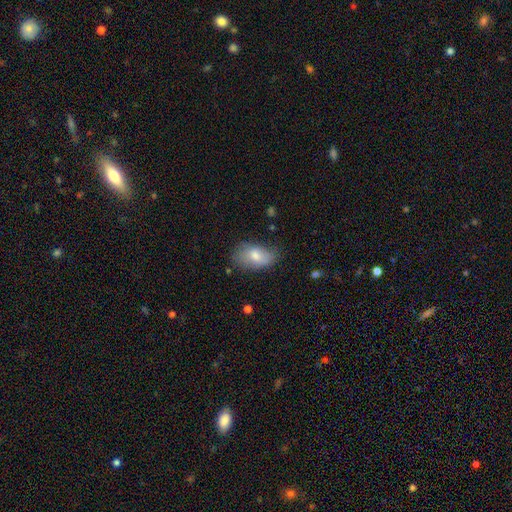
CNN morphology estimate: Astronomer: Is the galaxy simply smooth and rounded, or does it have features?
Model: smooth — 75%.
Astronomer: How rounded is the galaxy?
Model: in between — 92%.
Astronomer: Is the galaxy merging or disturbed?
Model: none — 62%.